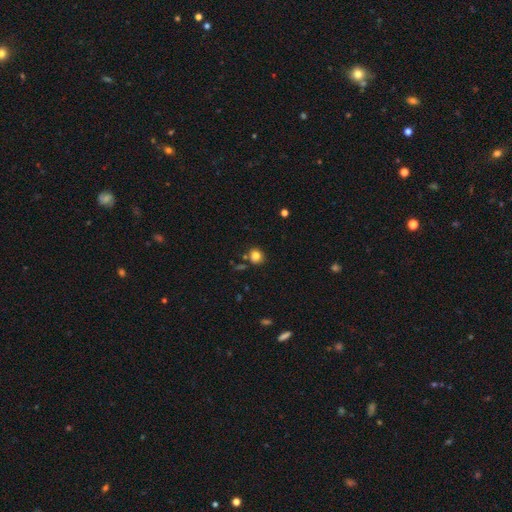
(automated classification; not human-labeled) smooth-or-featured: smooth: 81% | star or artifact: 12% | featured or disk: 7%
  how-rounded: round: 83% | in between: 16% | cigar-shaped: 1%
  merging: none: 78% | minor disturbance: 12% | merger: 7% | major disturbance: 3%